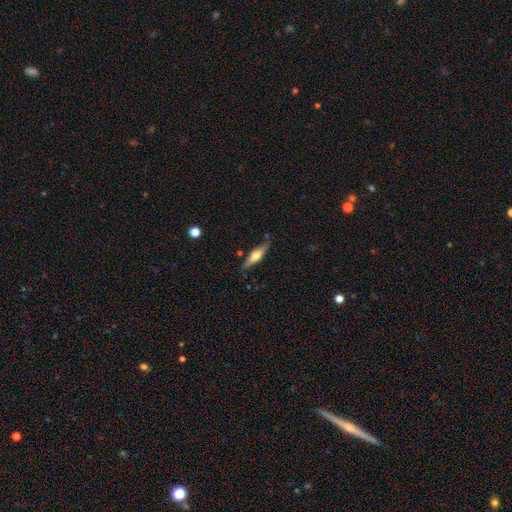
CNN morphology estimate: The model was most divided on "smooth or featured": featured or disk: 49%, smooth: 45%, star or artifact: 6%. More confident: merging — none (82%).